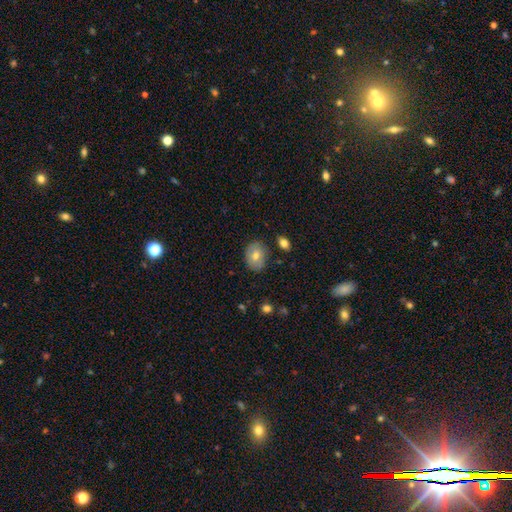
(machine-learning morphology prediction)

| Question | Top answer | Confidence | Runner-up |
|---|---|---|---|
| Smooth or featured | smooth | 67% | featured or disk (24%) |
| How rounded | in between | 69% | round (30%) |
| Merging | none | 80% | minor disturbance (14%) |